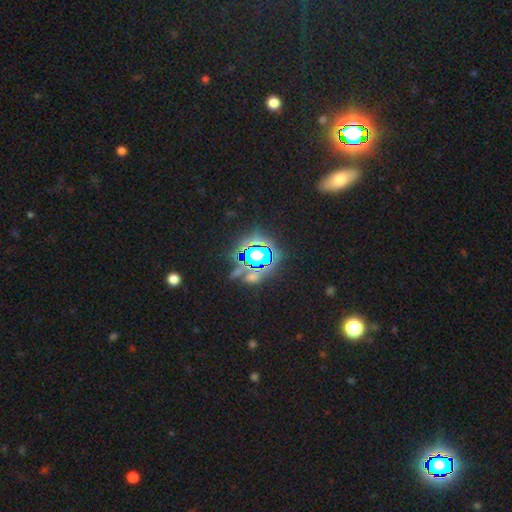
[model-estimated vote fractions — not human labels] smooth-or-featured: star or artifact: 68% | smooth: 20% | featured or disk: 12%